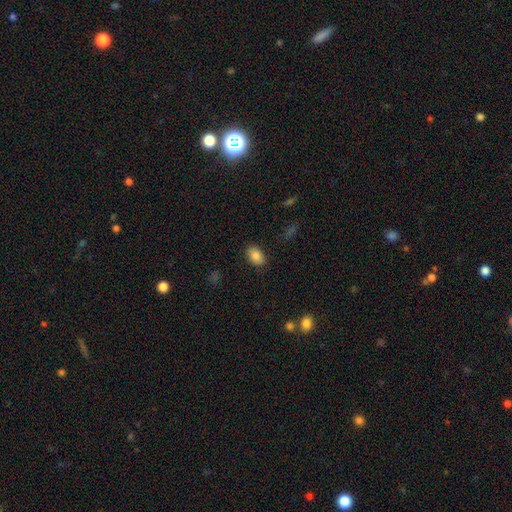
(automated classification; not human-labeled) Morphology: type=smooth (85%); roundness=in between (88%); merging=none (87%).